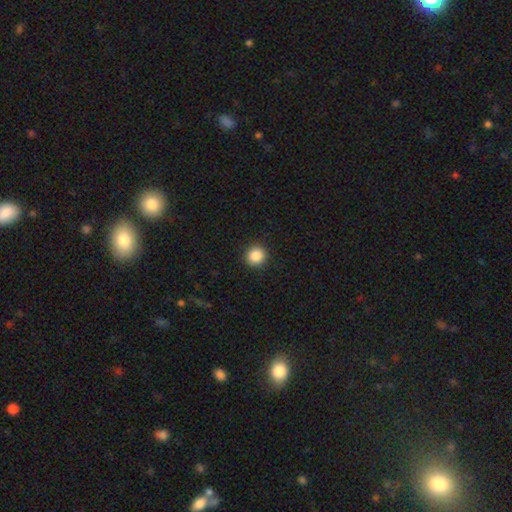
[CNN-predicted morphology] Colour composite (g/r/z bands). It shows a smooth galaxy with no disk features (87%) that is round (93%). Merging: none (92%).